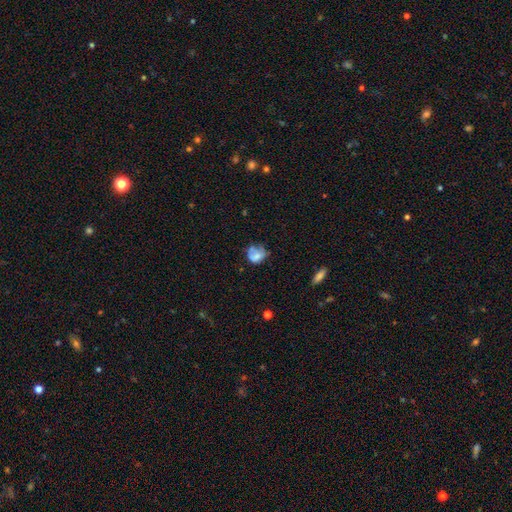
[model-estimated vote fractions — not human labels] smooth-or-featured: smooth: 60% | featured or disk: 30% | star or artifact: 10%
  how-rounded: round: 56% | in between: 43% | cigar-shaped: 1%
  merging: none: 37% | minor disturbance: 31% | major disturbance: 22% | merger: 10%